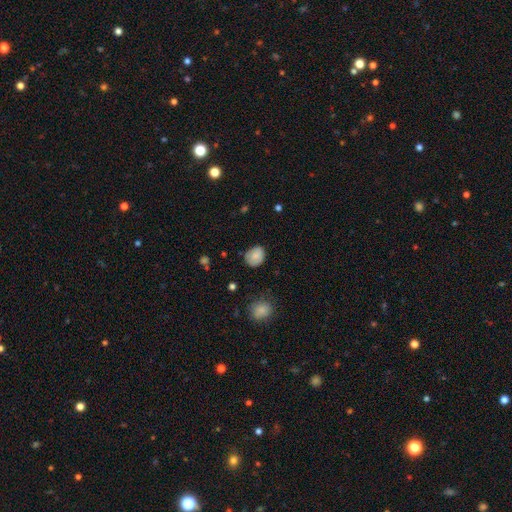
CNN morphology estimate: smooth-or-featured: smooth: 82% | featured or disk: 9% | star or artifact: 8%
  how-rounded: round: 54% | in between: 45% | cigar-shaped: 1%
  merging: none: 70% | minor disturbance: 24% | major disturbance: 5% | merger: 2%